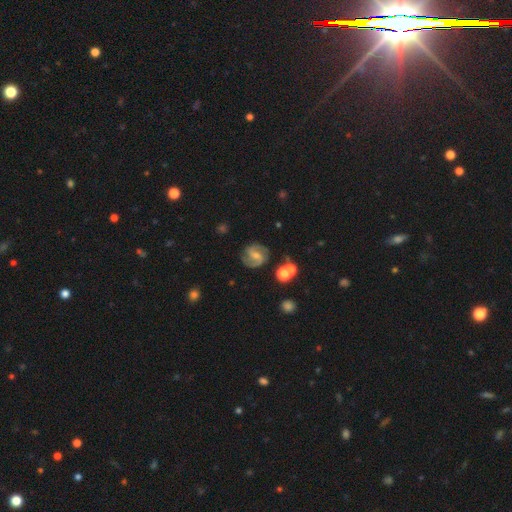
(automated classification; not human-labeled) Morphology: type=featured or disk (81%); edge-on=no (98%); bar=weak (49%); spiral arms=yes (95%); winding=medium (54%); arm count=2 (91%); bulge=small (48%); merging=none (79%).